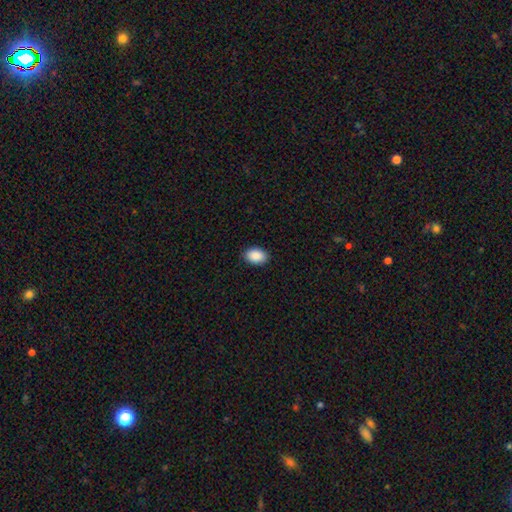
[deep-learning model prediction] Smooth or featured? Predicted: smooth (p=0.90). How rounded? Predicted: in between (p=0.86). Merging? Predicted: none (p=0.89).